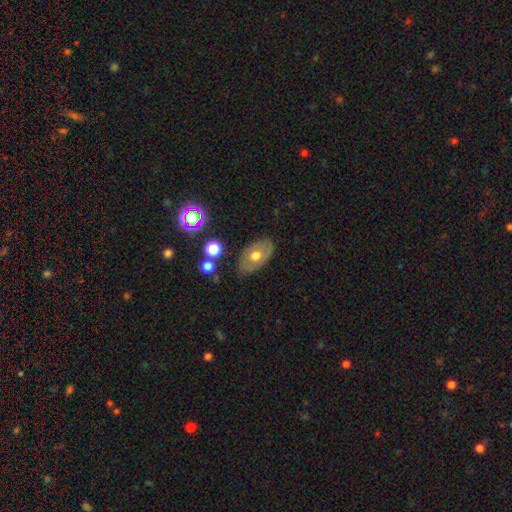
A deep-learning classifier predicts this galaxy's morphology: This appears to be a smooth galaxy with no disk features (53%) that is in between round and cigar-shaped (87%). Merging: none (77%).